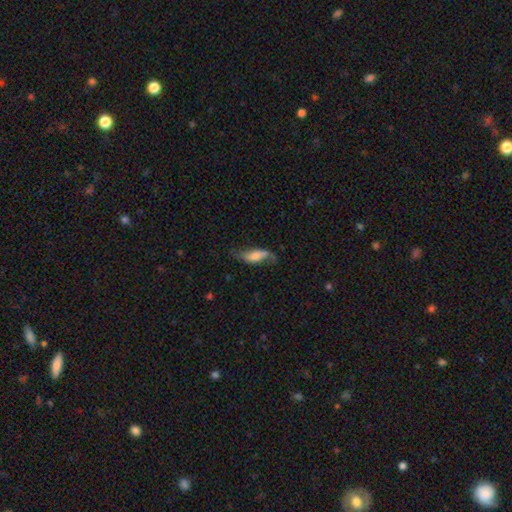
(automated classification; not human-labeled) Overall: featured or disk (47%; smooth 45%). Merging: none (56%; minor disturbance 28%).